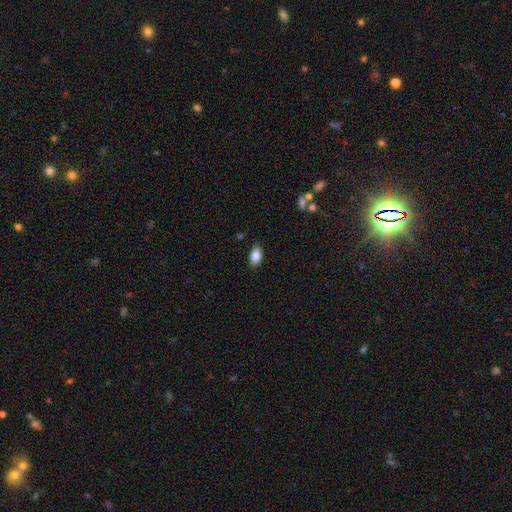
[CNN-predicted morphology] smooth_or_featured: smooth (p=0.83) [alt: featured or disk p=0.09]
how_rounded: in between (p=0.90) [alt: round p=0.06]
merging: none (p=0.86) [alt: minor disturbance p=0.11]